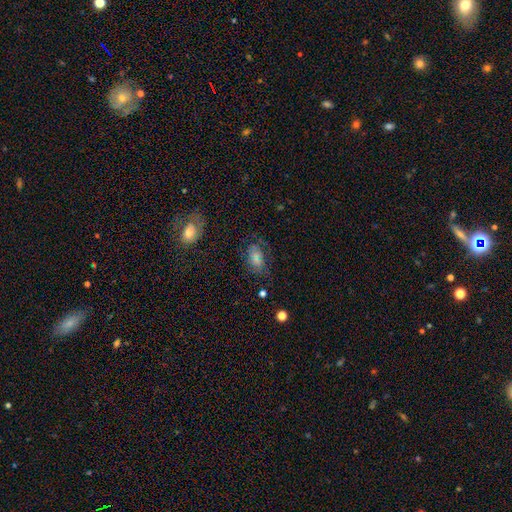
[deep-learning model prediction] smooth 39%, featured or disk 32%, star or artifact 30%. Down the decision tree: merging — none (61%).